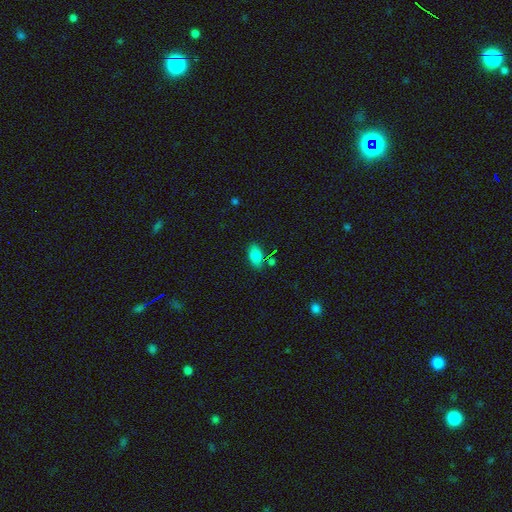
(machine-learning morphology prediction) type=smooth (82%); roundness=in between (89%); merging=none (77%).